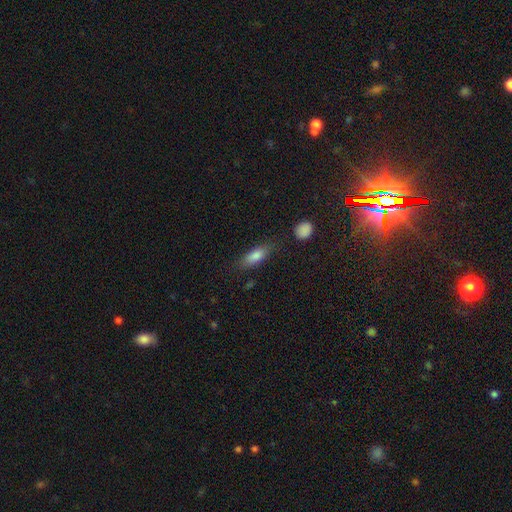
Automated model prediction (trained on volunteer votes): A smooth galaxy with no disk features (76%) that is in between round and cigar-shaped (62%). Merging: none (76%).